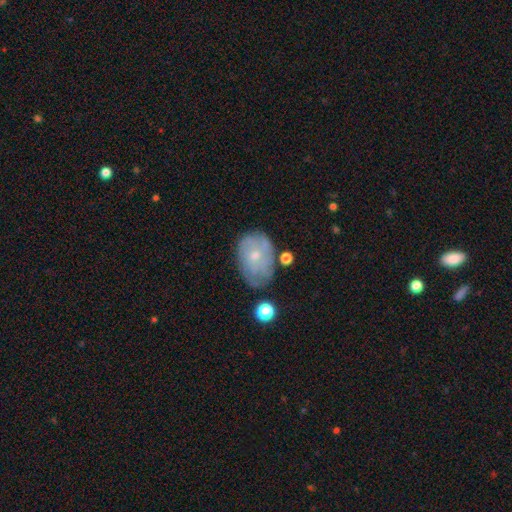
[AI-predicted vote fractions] Smooth or featured? featured or disk (45%, tied with smooth)
Merging? none (59%)